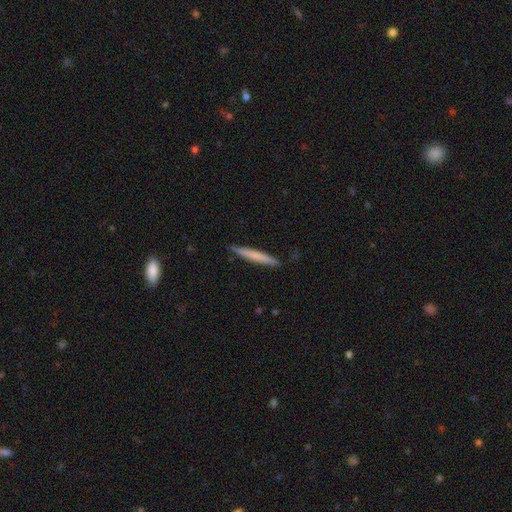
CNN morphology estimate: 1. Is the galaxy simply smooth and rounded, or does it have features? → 65% smooth, 30% featured or disk, 5% star or artifact.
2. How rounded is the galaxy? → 97% cigar-shaped, 2% in between, 1% round.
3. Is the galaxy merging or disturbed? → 89% none, 8% minor disturbance, 1% major disturbance, 1% merger.